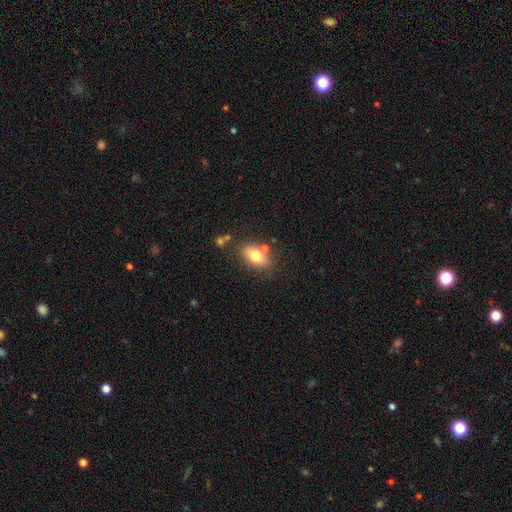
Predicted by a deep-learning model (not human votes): Smooth or featured? smooth (76%)
How rounded? in between (86%)
Merging? none (71%)